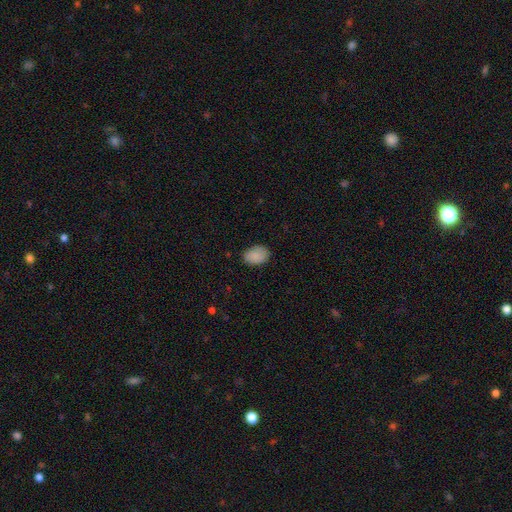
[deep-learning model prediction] Smooth or featured: smooth — 88% (star or artifact — 7%)
How rounded: in between — 79% (round — 20%)
Merging: none — 83% (minor disturbance — 13%)